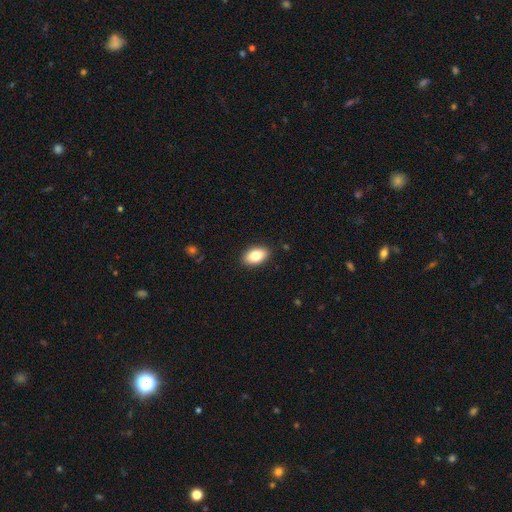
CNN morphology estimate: This is clearly a smooth galaxy (83%). How rounded: clearly in between (92%). Merging: clearly none (90%).